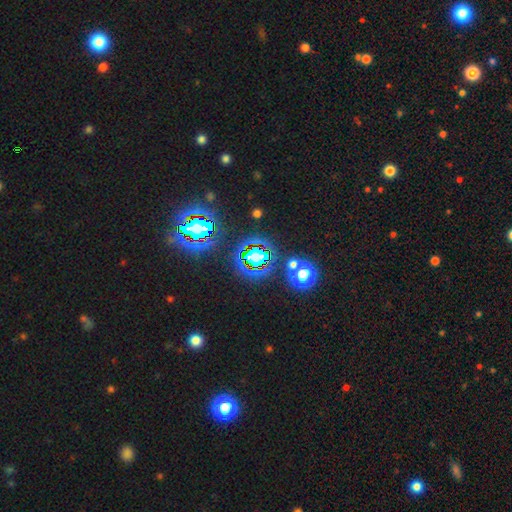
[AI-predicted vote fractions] smooth-or-featured: star or artifact: 80% | smooth: 12% | featured or disk: 7%